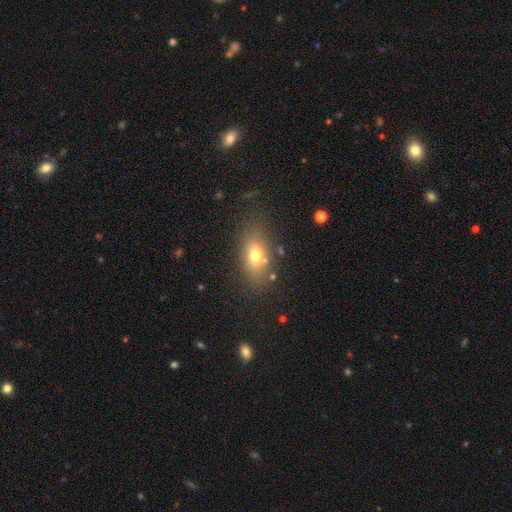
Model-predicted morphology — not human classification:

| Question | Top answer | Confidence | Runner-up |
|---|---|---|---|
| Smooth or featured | smooth | 70% | featured or disk (18%) |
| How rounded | in between | 80% | round (13%) |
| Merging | none | 73% | minor disturbance (15%) |